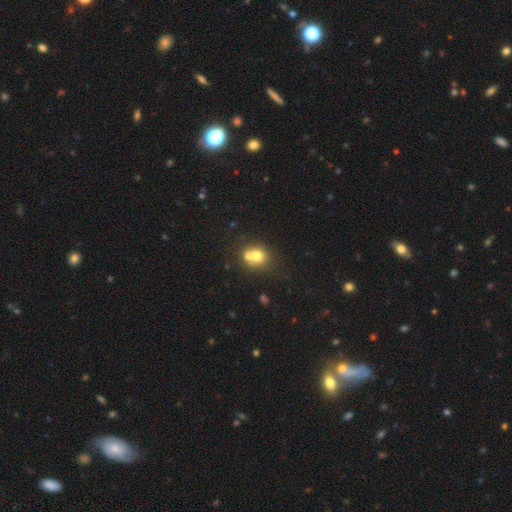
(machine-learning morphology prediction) smooth 68%, featured or disk 20%, star or artifact 12%. Down the decision tree: how rounded — round (73%); merging — merger (54%).